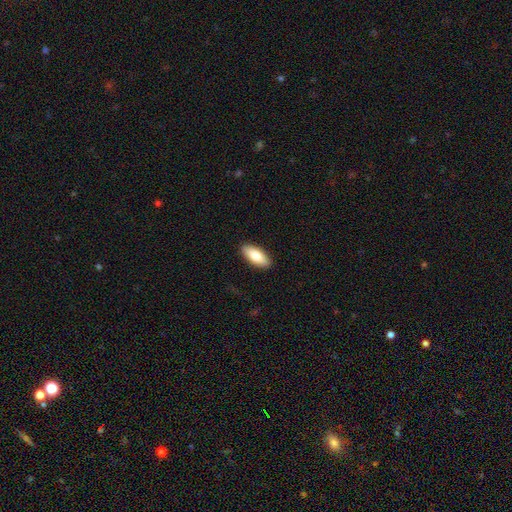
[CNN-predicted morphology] This appears to be a smooth galaxy with no disk features (81%) that is in between round and cigar-shaped (81%). Merging: none (90%).